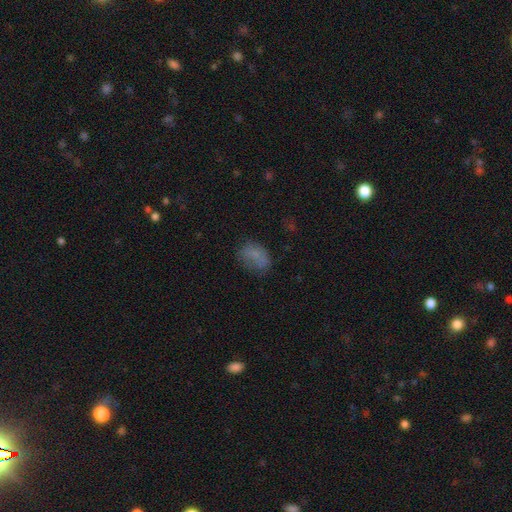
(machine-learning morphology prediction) Smooth or featured: smooth — 70% (featured or disk — 16%)
How rounded: in between — 80% (round — 18%)
Merging: none — 58% (minor disturbance — 25%)